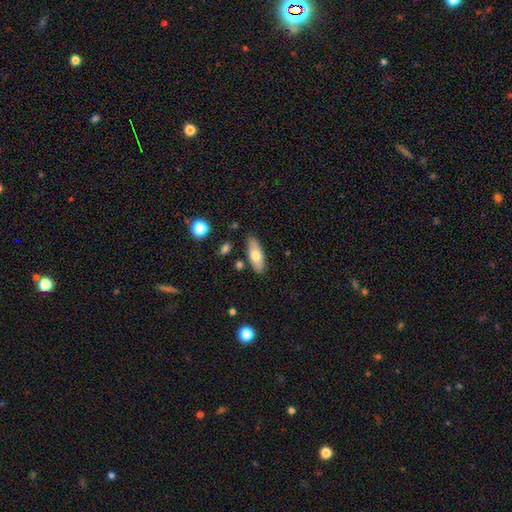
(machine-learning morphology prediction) A smooth galaxy with no disk features (68%) that is in between round and cigar-shaped (68%).

Vote fractions:
- Smooth or featured? smooth: 68% / featured or disk: 26% / star or artifact: 6%
- How rounded? in between: 68% / cigar-shaped: 29% / round: 3%
- Merging? none: 82% / minor disturbance: 12% / merger: 4% / major disturbance: 2%